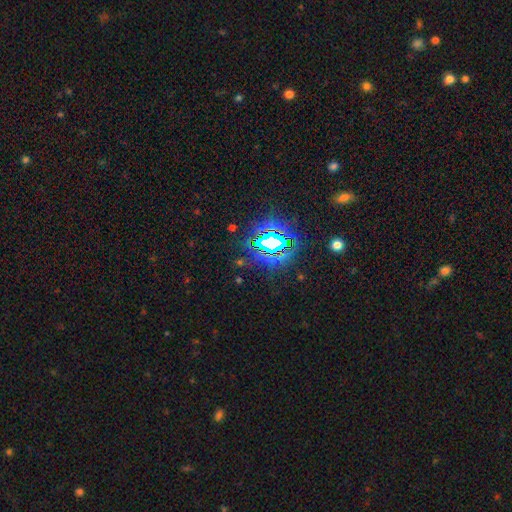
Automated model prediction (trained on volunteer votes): Smooth or featured? Predicted: star or artifact (p=0.80).